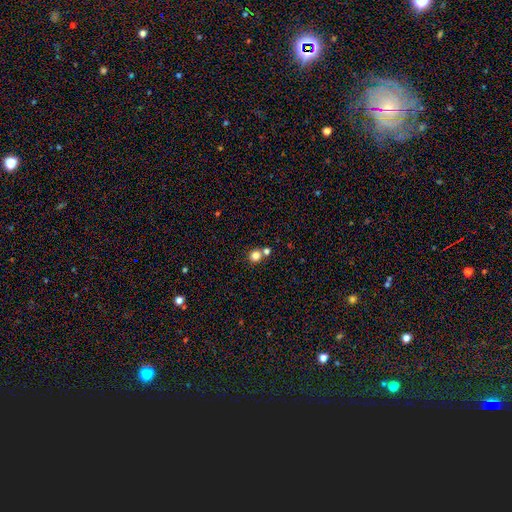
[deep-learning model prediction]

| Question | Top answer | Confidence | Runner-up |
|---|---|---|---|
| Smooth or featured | smooth | 81% | star or artifact (13%) |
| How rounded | round | 87% | in between (12%) |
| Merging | none | 63% | merger (26%) |